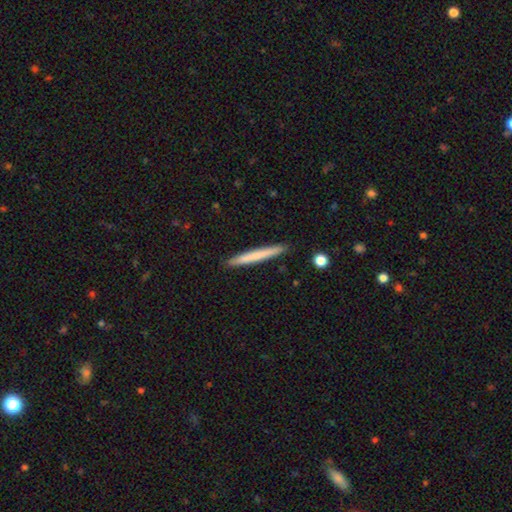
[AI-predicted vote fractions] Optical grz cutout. It shows a smooth galaxy with no disk features (67%) that is cigar-shaped (97%). Merging: none (92%).